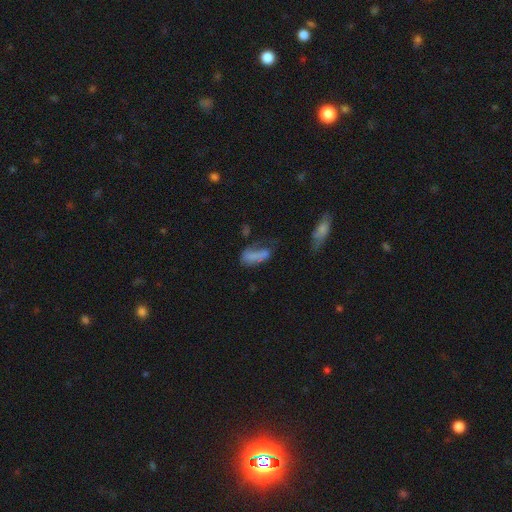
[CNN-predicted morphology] This is likely a smooth galaxy (65%). How rounded: likely in between (71%). Merging: marginally major disturbance (36%).